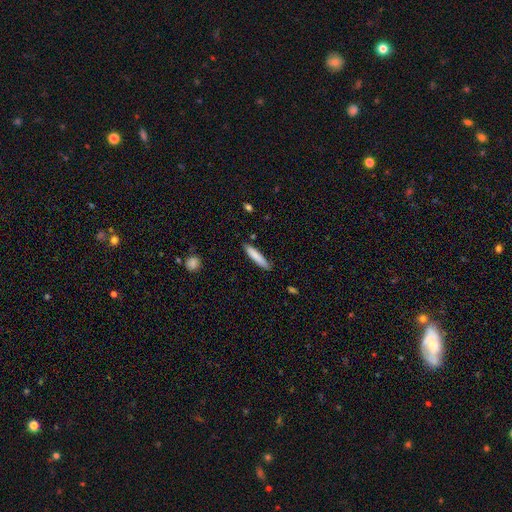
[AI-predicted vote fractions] Smooth or featured?
  - smooth: 82% *
  - featured or disk: 13%
  - star or artifact: 6%
How rounded?
  - cigar-shaped: 90% *
  - in between: 9%
  - round: 1%
Merging?
  - none: 87% *
  - minor disturbance: 10%
  - major disturbance: 2%
  - merger: 1%